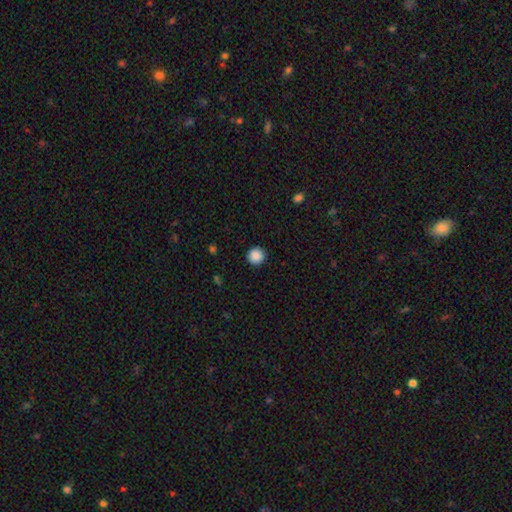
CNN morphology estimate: smooth 88%, star or artifact 9%, featured or disk 3%. Down the decision tree: how rounded — round (95%); merging — none (92%).